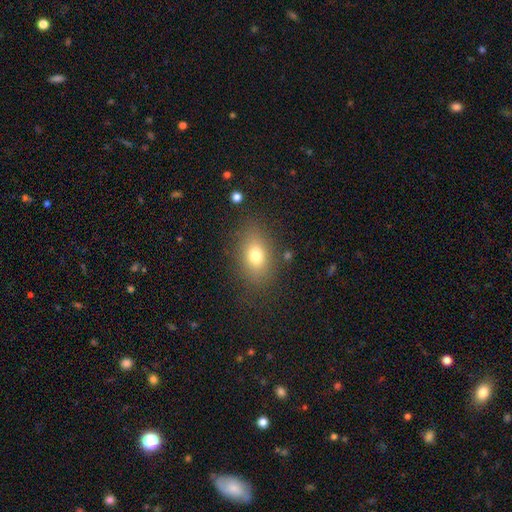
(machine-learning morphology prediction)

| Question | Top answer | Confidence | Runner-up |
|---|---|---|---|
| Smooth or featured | smooth | 75% | featured or disk (14%) |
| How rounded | in between | 82% | round (14%) |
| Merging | none | 80% | minor disturbance (12%) |